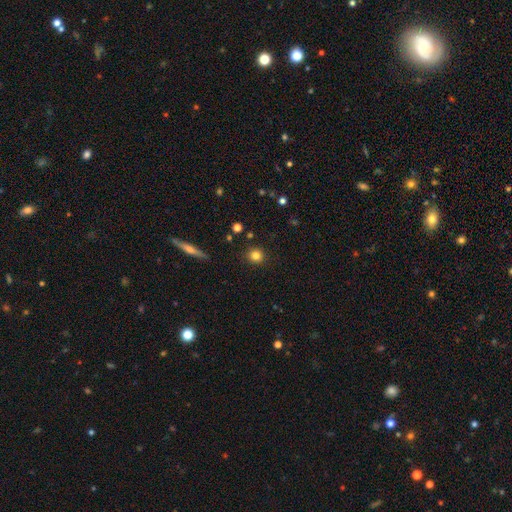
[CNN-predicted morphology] type=smooth (81%); roundness=round (91%); merging=none (89%).